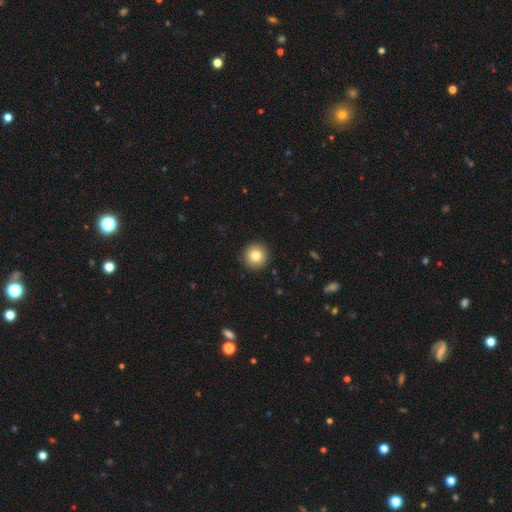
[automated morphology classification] smooth 80%, star or artifact 10%, featured or disk 10%. Down the decision tree: how rounded — round (96%); merging — none (92%).